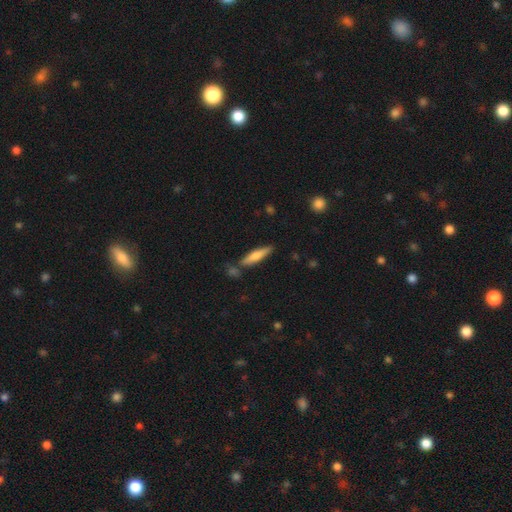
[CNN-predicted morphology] type=smooth (63%); roundness=cigar-shaped (81%); merging=none (77%).